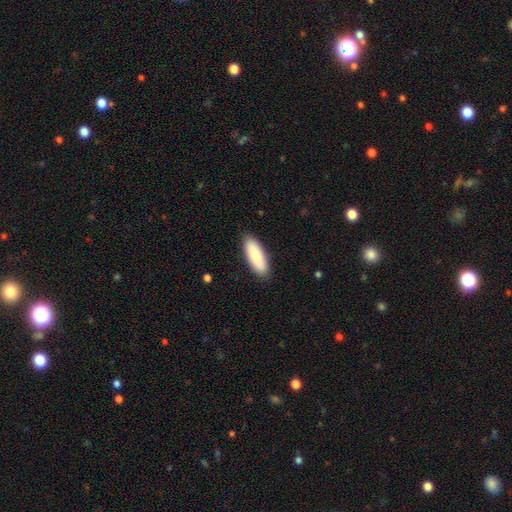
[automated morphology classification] type=smooth (80%); roundness=in between (68%); merging=none (88%).